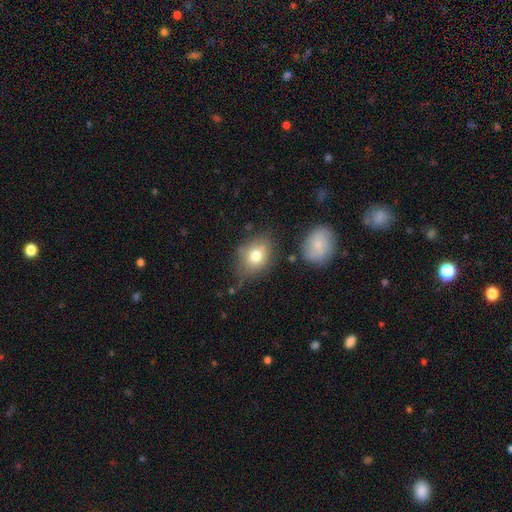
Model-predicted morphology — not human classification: Smooth or featured?
  - smooth: 76% *
  - featured or disk: 15%
  - star or artifact: 9%
How rounded?
  - in between: 62% *
  - round: 36%
  - cigar-shaped: 1%
Merging?
  - none: 66% *
  - minor disturbance: 22%
  - major disturbance: 6%
  - merger: 6%